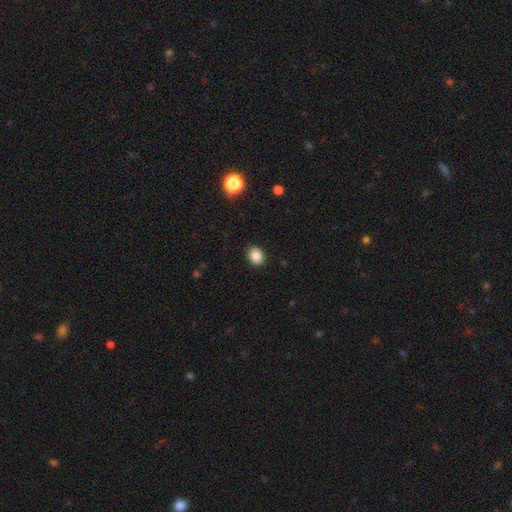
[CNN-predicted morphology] The model was most divided on "how rounded": in between: 51%, round: 48%, cigar-shaped: 1%. More confident: merging — none (89%); smooth or featured — smooth (86%).